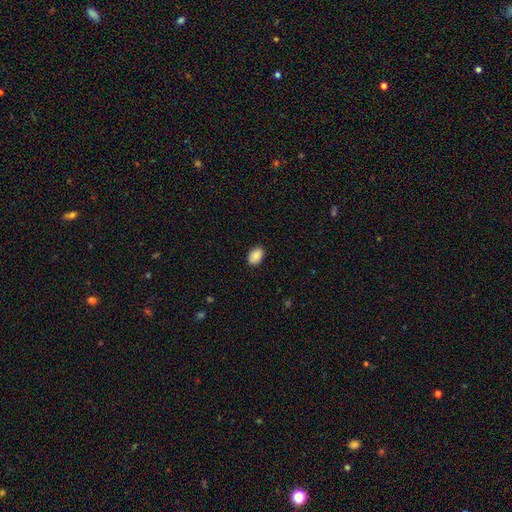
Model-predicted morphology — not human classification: Q: Smooth or featured?
A: smooth (88%); runner-up: star or artifact (7%)
Q: How rounded?
A: in between (88%); runner-up: round (11%)
Q: Merging?
A: none (87%); runner-up: minor disturbance (10%)